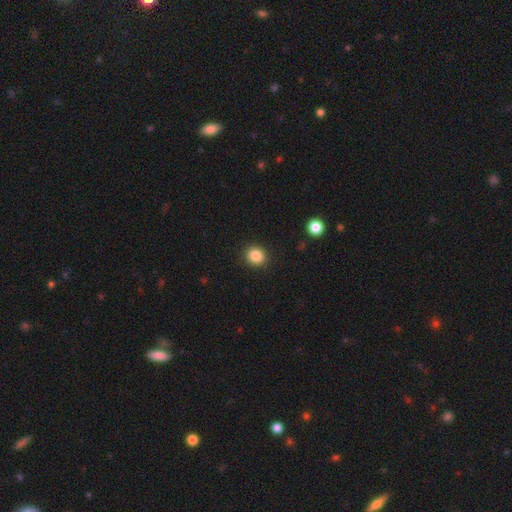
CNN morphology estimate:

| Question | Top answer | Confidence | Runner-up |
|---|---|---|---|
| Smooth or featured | smooth | 85% | star or artifact (10%) |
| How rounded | round | 80% | in between (19%) |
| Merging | none | 91% | minor disturbance (6%) |